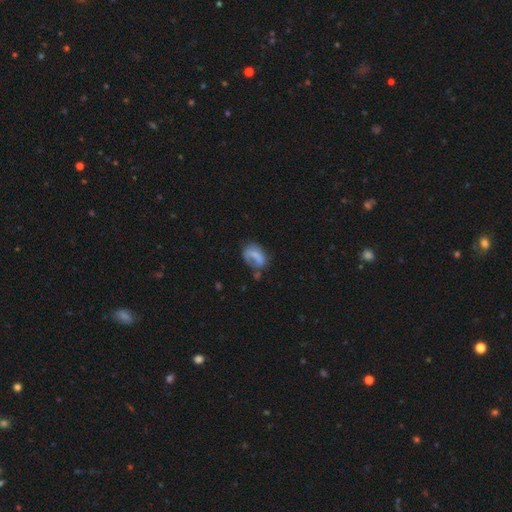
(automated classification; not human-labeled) Morphology: type=smooth (57%); roundness=in between (76%); merging=none (36%).